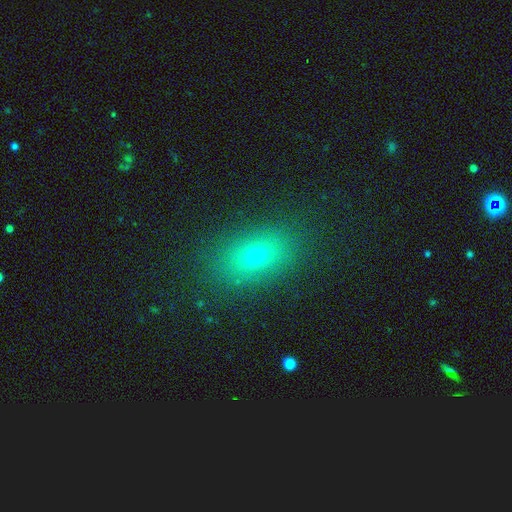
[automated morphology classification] smooth_or_featured: smooth (p=0.68) [alt: star or artifact p=0.17]
how_rounded: in between (p=0.78) [alt: round p=0.19]
merging: none (p=0.85) [alt: minor disturbance p=0.10]